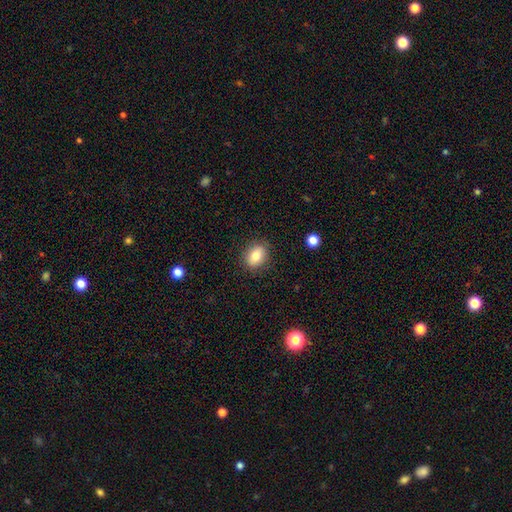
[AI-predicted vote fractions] smooth 82%, featured or disk 9%, star or artifact 9%. Down the decision tree: how rounded — in between (69%); merging — none (85%).